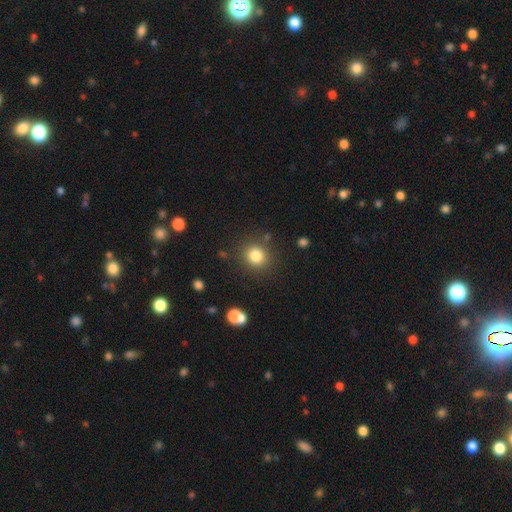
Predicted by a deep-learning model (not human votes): smooth-or-featured: smooth: 82% | star or artifact: 12% | featured or disk: 6%
  how-rounded: round: 85% | in between: 14% | cigar-shaped: 1%
  merging: none: 85% | minor disturbance: 9% | major disturbance: 4% | merger: 3%